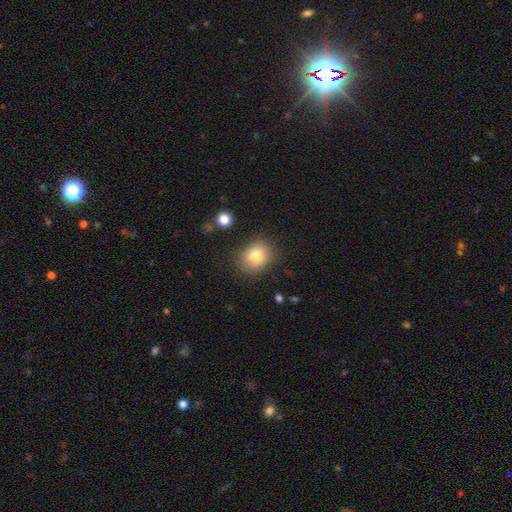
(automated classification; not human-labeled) The model was most divided on "how rounded": round: 61%, in between: 38%, cigar-shaped: 1%. More confident: merging — none (81%); smooth or featured — smooth (80%).